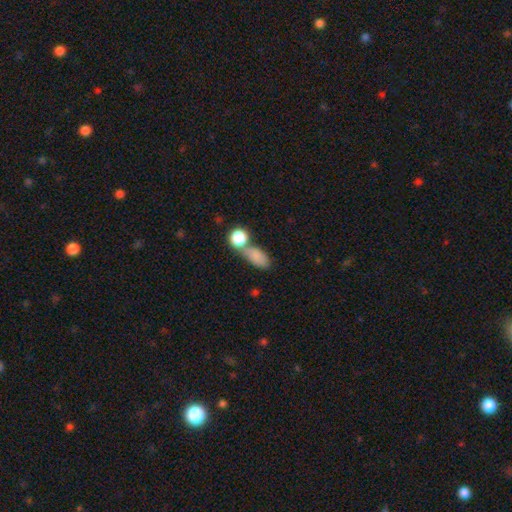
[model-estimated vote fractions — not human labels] Smooth or featured?
  - smooth: 82% *
  - star or artifact: 9%
  - featured or disk: 9%
How rounded?
  - in between: 77% *
  - round: 14%
  - cigar-shaped: 9%
Merging?
  - none: 41% *
  - merger: 37%
  - minor disturbance: 14%
  - major disturbance: 8%